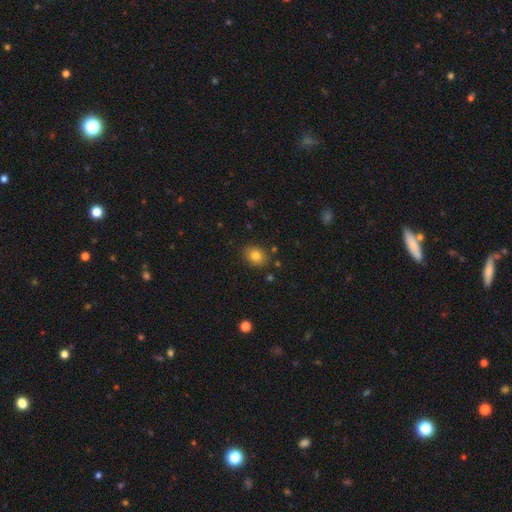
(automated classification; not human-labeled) Overall: smooth (80%). How rounded: in between (54%; round 45%). Merging: none (86%).